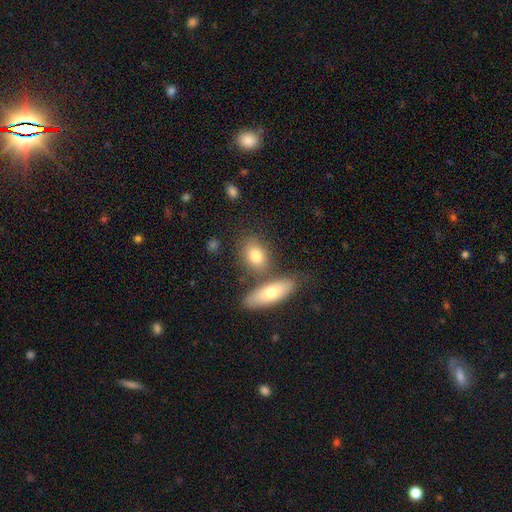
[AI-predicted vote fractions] Smooth or featured: smooth — 76% (featured or disk — 16%)
How rounded: in between — 76% (round — 19%)
Merging: none — 58% (merger — 26%)